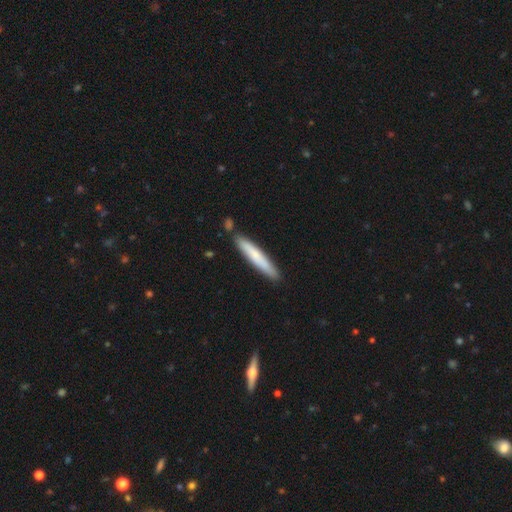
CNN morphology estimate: Smooth or featured?
  - smooth: 68% *
  - featured or disk: 27%
  - star or artifact: 5%
How rounded?
  - cigar-shaped: 93% *
  - in between: 5%
  - round: 1%
Merging?
  - none: 83% *
  - minor disturbance: 10%
  - merger: 5%
  - major disturbance: 2%